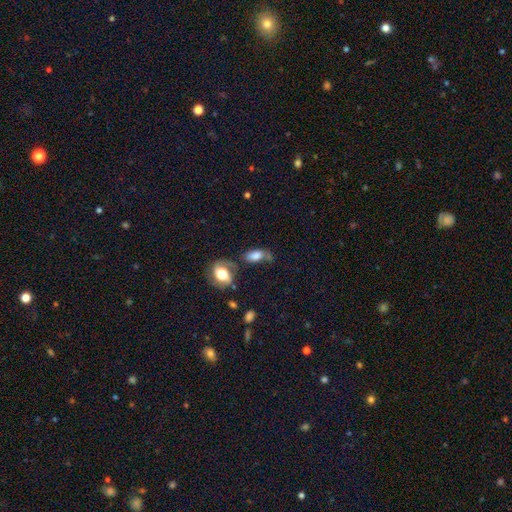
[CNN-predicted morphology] This appears to be a smooth galaxy with no disk features (70%) that is in between round and cigar-shaped (86%). Merging: none (43%).